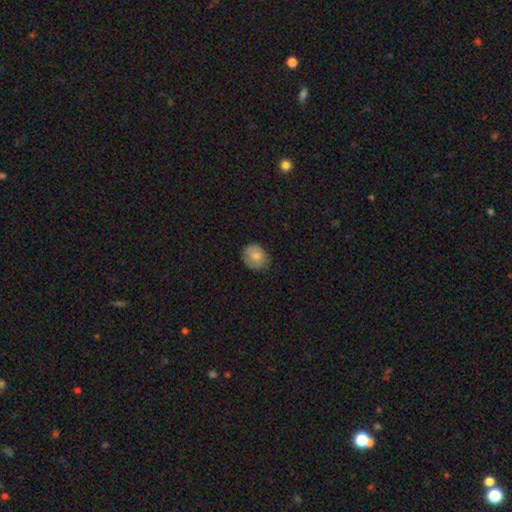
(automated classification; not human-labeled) smooth 77%, featured or disk 16%, star or artifact 8%. Down the decision tree: how rounded — round (69%); merging — none (72%).